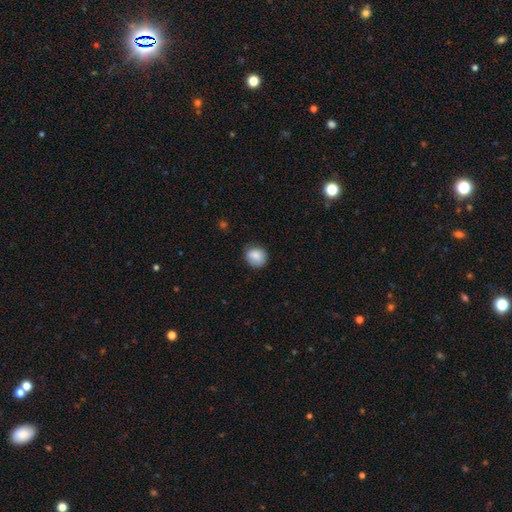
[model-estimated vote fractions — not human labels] Q: Smooth or featured?
A: smooth (86%); runner-up: star or artifact (8%)
Q: How rounded?
A: round (77%); runner-up: in between (22%)
Q: Merging?
A: none (76%); runner-up: minor disturbance (19%)